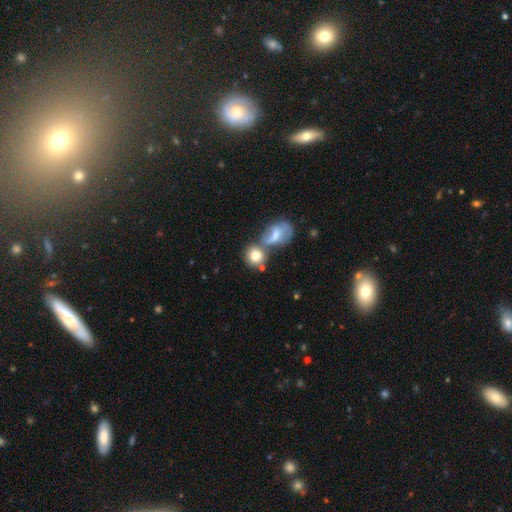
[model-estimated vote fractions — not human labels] Overall: smooth (74%). How rounded: round (79%). Merging: none (43%; merger 41%).